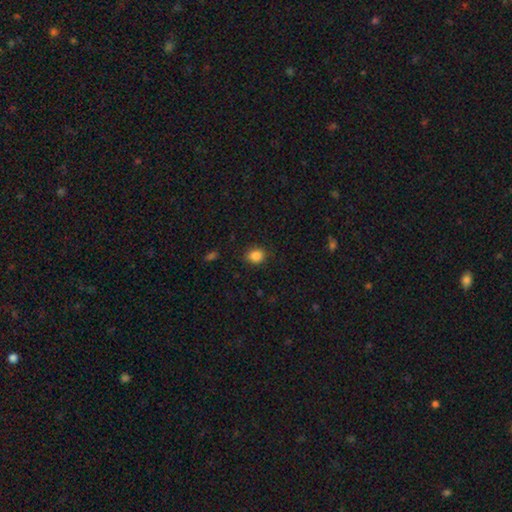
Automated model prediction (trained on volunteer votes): Overall: smooth (86%). How rounded: round (60%; in between 39%). Merging: none (86%).